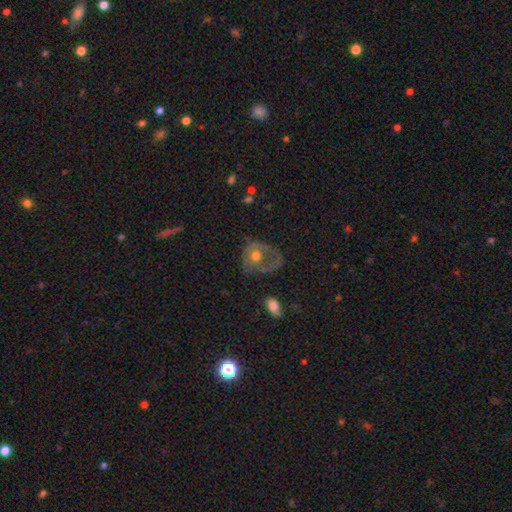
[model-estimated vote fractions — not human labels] Q: Smooth or featured?
A: featured or disk (50%); runner-up: smooth (42%)
Q: Merging?
A: none (39%); runner-up: major disturbance (34%)